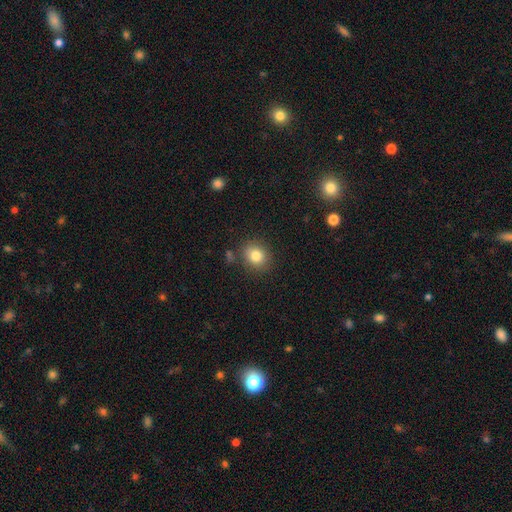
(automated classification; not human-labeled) This appears to be a smooth galaxy with no disk features (82%) that is round (71%). Merging: none (83%).